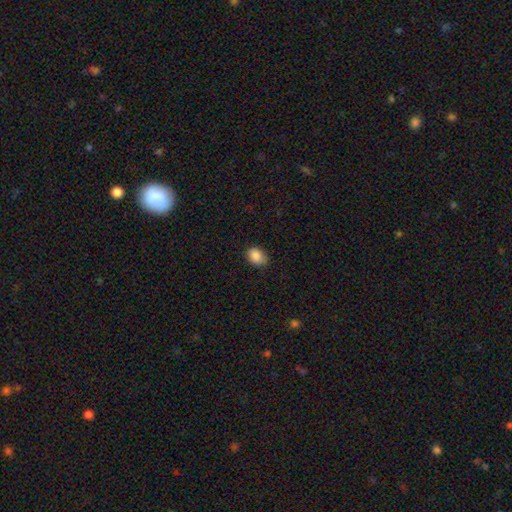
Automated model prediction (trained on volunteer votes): Smooth or featured? smooth (88%)
How rounded? in between (70%)
Merging? none (75%)